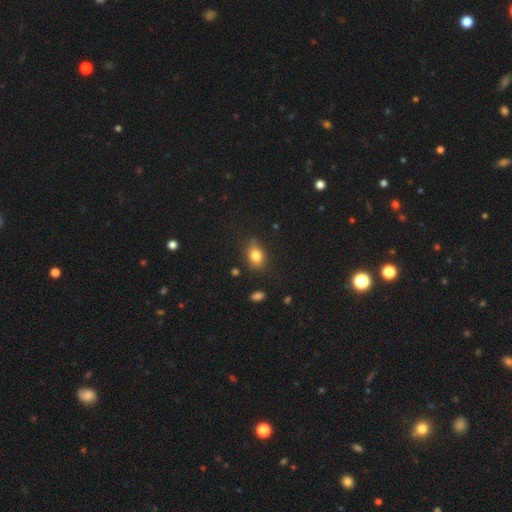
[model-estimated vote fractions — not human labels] A smooth galaxy with no disk features (81%) that is in between round and cigar-shaped (67%).

Vote fractions:
- Smooth or featured? smooth: 81% / star or artifact: 10% / featured or disk: 9%
- How rounded? in between: 67% / round: 31% / cigar-shaped: 2%
- Merging? none: 75% / minor disturbance: 18% / major disturbance: 4% / merger: 2%